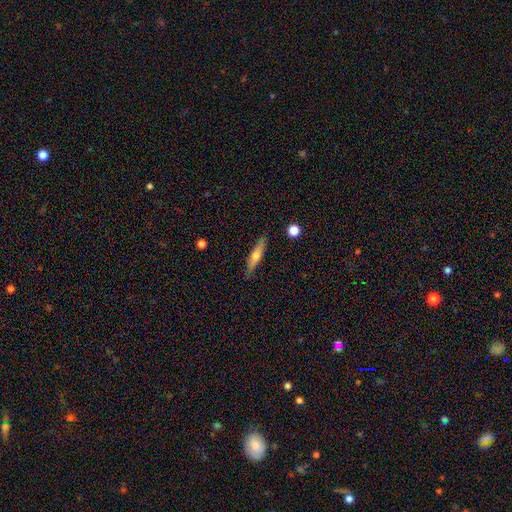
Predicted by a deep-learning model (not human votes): smooth_or_featured: featured or disk (p=0.48) [alt: smooth p=0.45]
merging: none (p=0.88) [alt: minor disturbance p=0.08]